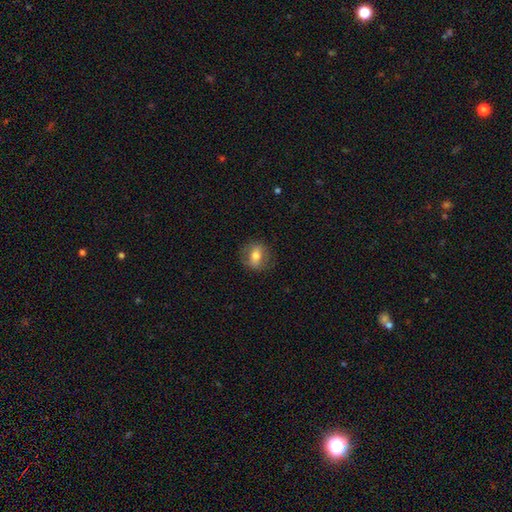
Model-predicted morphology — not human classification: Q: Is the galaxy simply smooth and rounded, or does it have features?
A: smooth — 61%.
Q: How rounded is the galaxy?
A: round — 55%.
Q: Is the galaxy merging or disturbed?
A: none — 81%.